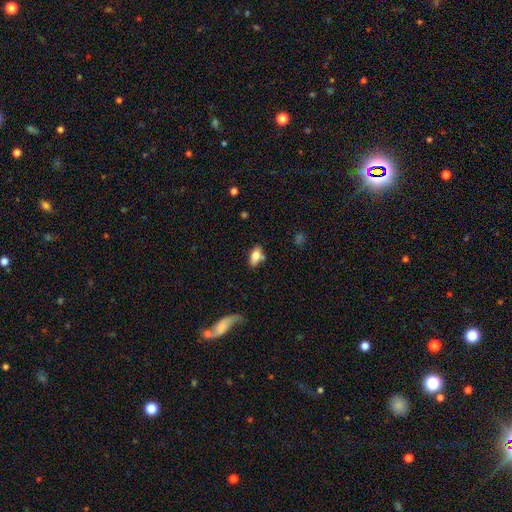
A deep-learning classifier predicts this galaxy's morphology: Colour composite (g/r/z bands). It shows a smooth galaxy with no disk features (75%) that is in between round and cigar-shaped (87%). Merging: none (70%).